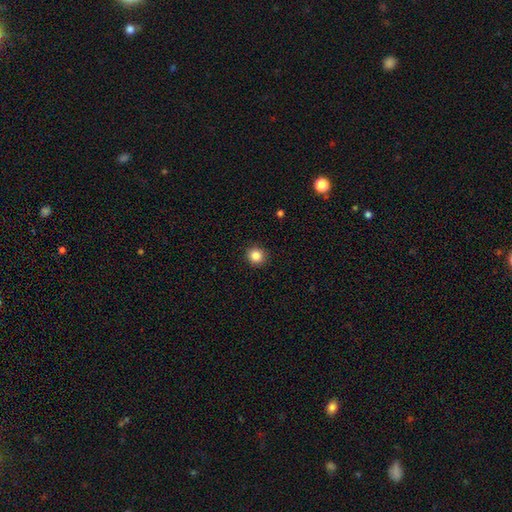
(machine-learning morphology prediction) A smooth galaxy with no disk features (86%) that is round (92%). Merging: none (92%).